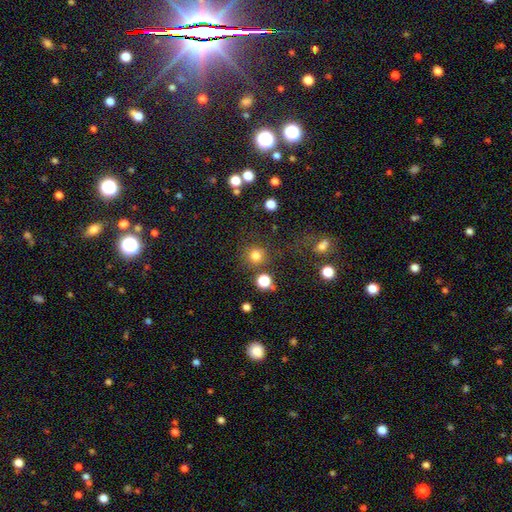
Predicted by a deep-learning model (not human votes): smooth-or-featured: smooth: 79% | star or artifact: 15% | featured or disk: 6%
  how-rounded: round: 92% | in between: 7% | cigar-shaped: 1%
  merging: none: 79% | minor disturbance: 9% | merger: 8% | major disturbance: 5%